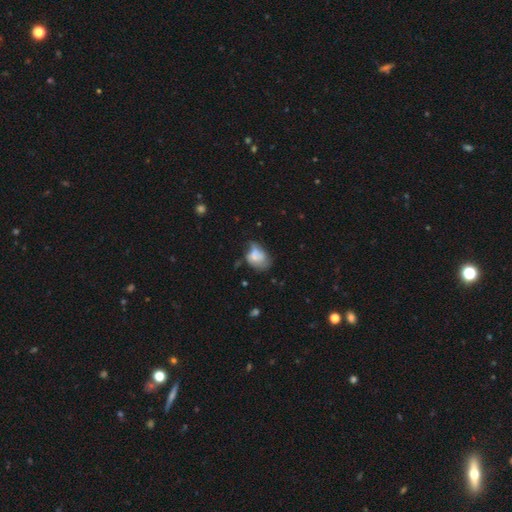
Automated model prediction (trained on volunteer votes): Smooth or featured: smooth — 62% (featured or disk — 28%)
How rounded: in between — 69% (round — 30%)
Merging: minor disturbance — 35% (none — 28%)